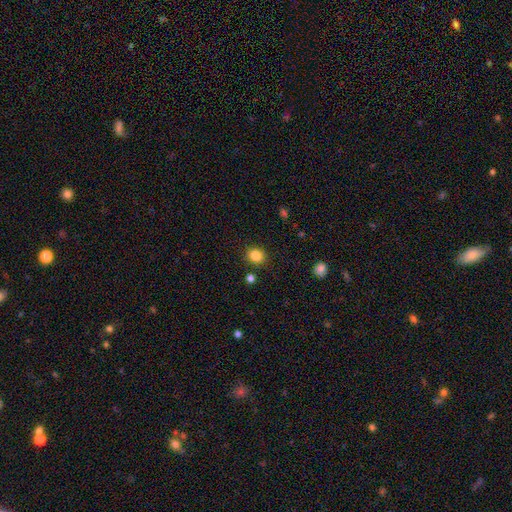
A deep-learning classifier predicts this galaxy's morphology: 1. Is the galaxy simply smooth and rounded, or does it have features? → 85% smooth, 11% star or artifact, 4% featured or disk.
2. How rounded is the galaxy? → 78% round, 22% in between, 1% cigar-shaped.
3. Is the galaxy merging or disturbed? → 87% none, 8% minor disturbance, 3% merger, 3% major disturbance.